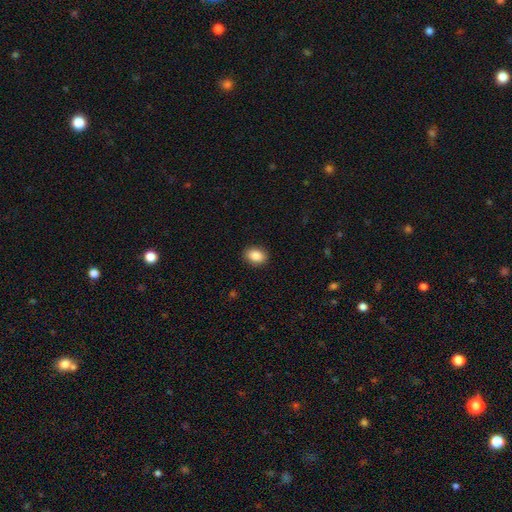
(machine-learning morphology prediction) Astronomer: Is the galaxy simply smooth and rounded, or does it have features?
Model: smooth — 88%.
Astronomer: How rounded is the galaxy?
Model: in between — 75%.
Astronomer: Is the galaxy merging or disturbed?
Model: none — 90%.